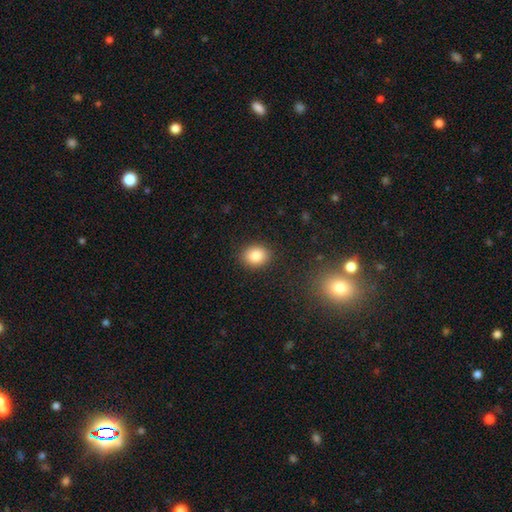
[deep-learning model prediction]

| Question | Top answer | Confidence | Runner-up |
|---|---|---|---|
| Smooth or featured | smooth | 85% | star or artifact (9%) |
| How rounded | round | 56% | in between (43%) |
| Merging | none | 89% | minor disturbance (8%) |